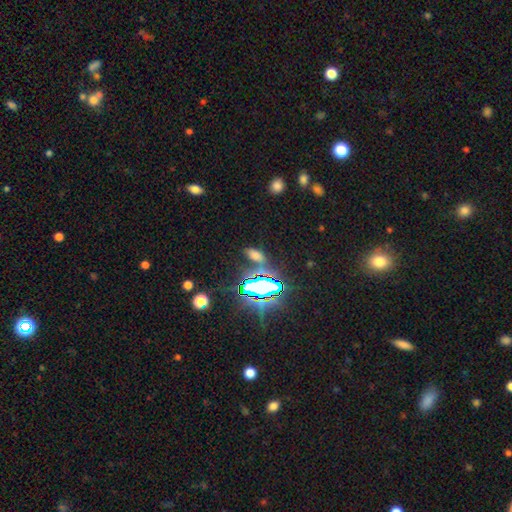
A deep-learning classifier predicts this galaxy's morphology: Overall: smooth (50%; star or artifact 40%). Merging: none (70%).